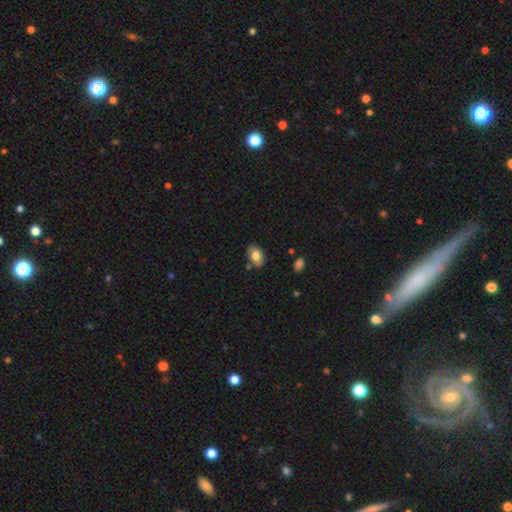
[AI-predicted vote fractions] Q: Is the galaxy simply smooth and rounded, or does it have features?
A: smooth — 77%.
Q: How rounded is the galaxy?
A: in between — 87%.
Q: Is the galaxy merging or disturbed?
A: none — 75%.